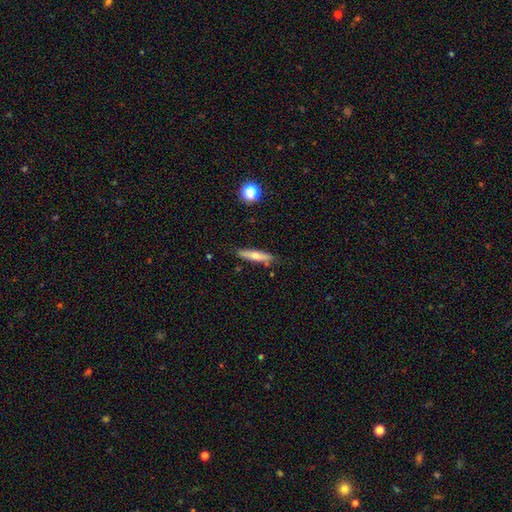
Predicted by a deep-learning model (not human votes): Overall: smooth (58%; featured or disk 34%). How rounded: cigar-shaped (85%). Merging: none (82%).